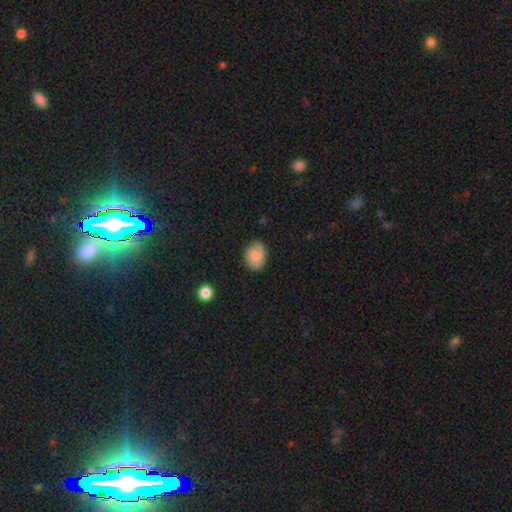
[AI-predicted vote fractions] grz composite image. It shows a smooth galaxy with no disk features (75%) that is in between round and cigar-shaped (58%). Merging: none (78%).